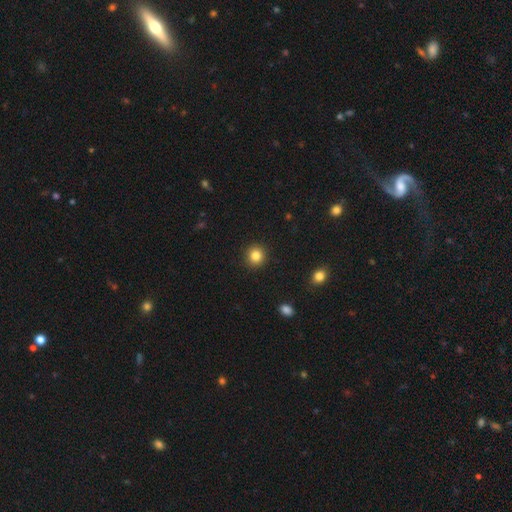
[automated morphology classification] Smooth or featured?
  - smooth: 84% *
  - star or artifact: 11%
  - featured or disk: 5%
How rounded?
  - round: 91% *
  - in between: 8%
  - cigar-shaped: 1%
Merging?
  - none: 92% *
  - minor disturbance: 5%
  - major disturbance: 2%
  - merger: 1%